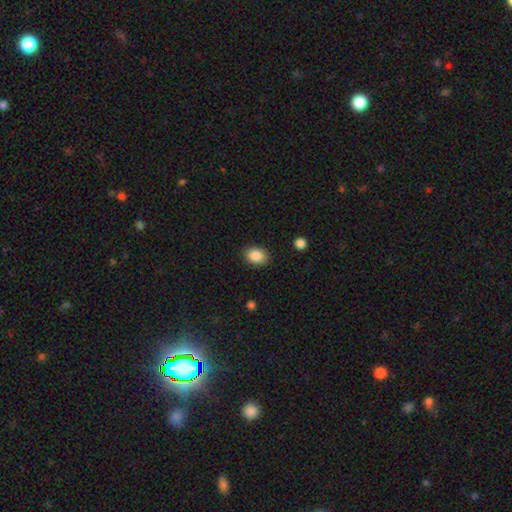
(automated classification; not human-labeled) Morphology: type=smooth (87%); roundness=in between (68%); merging=none (87%).